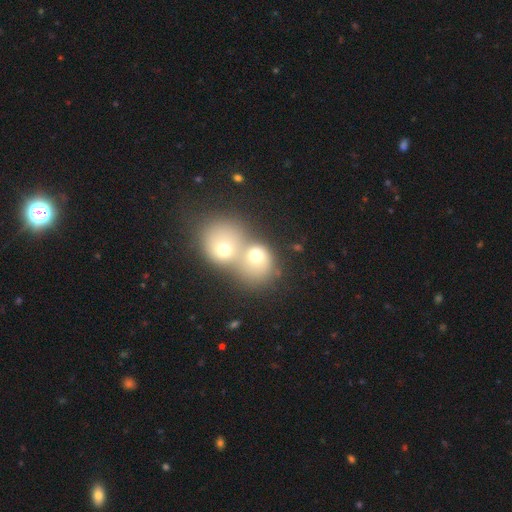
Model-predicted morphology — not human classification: type=smooth (68%); roundness=round (74%); merging=merger (72%).